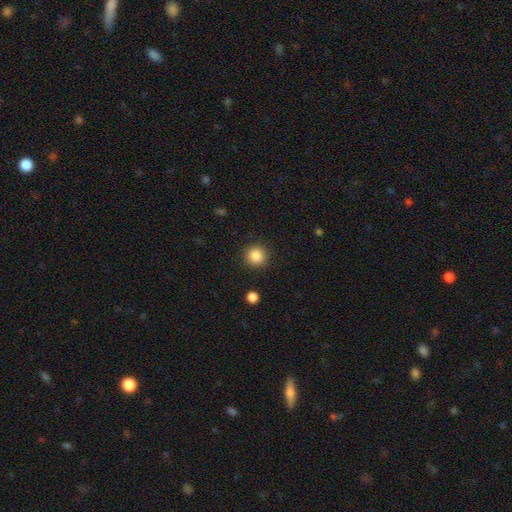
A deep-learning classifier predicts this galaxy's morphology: Smooth or featured?
  - smooth: 86% *
  - star or artifact: 10%
  - featured or disk: 4%
How rounded?
  - round: 94% *
  - in between: 5%
  - cigar-shaped: 1%
Merging?
  - none: 91% *
  - minor disturbance: 6%
  - major disturbance: 2%
  - merger: 1%